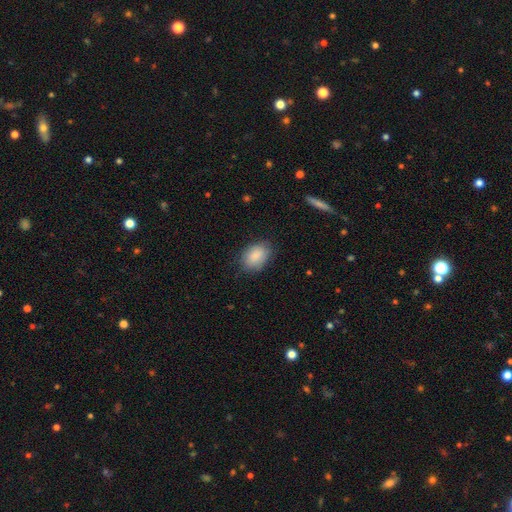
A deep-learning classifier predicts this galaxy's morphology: type=smooth (87%); roundness=in between (79%); merging=none (79%).